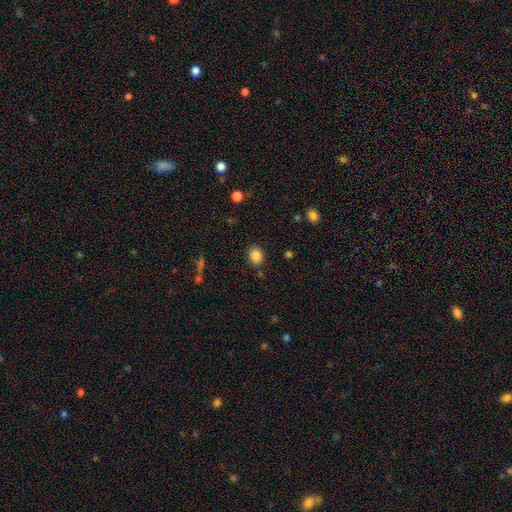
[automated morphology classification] A smooth galaxy with no disk features (85%) that is in between round and cigar-shaped (53%).

Vote fractions:
- Smooth or featured? smooth: 85% / star or artifact: 10% / featured or disk: 5%
- How rounded? in between: 53% / round: 46% / cigar-shaped: 1%
- Merging? none: 84% / minor disturbance: 11% / major disturbance: 3% / merger: 2%